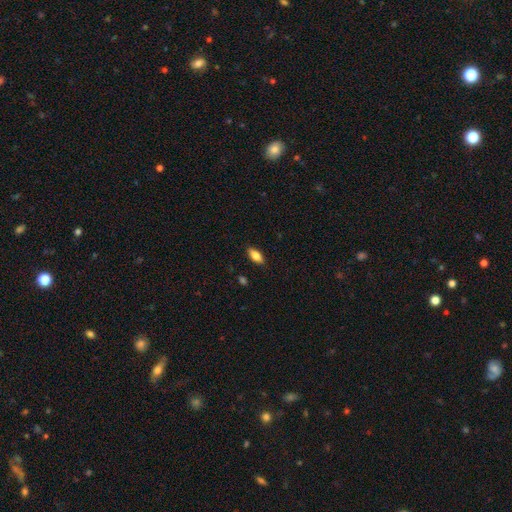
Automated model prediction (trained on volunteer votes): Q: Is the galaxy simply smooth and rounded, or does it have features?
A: smooth — 77%.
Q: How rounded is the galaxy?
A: in between — 83%.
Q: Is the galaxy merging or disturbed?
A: none — 87%.